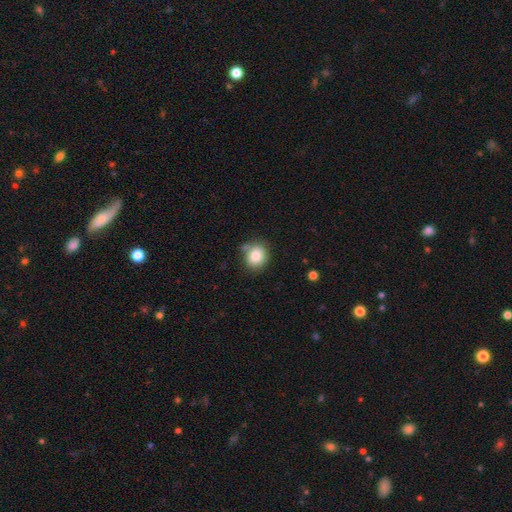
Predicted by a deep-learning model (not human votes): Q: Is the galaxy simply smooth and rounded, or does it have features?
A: smooth — 83%.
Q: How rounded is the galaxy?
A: round — 77%.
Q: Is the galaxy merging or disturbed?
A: none — 73%.